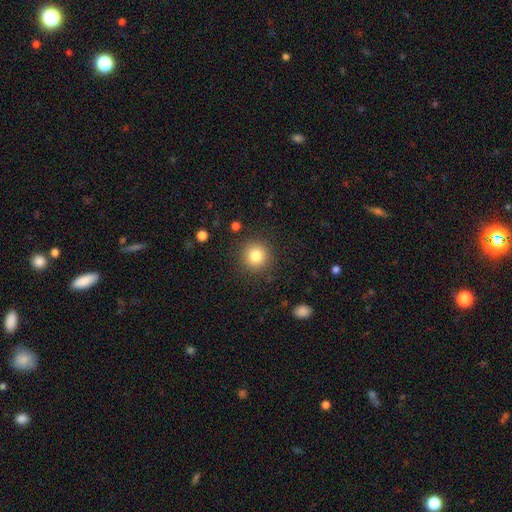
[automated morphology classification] A smooth galaxy with no disk features (82%) that is round (94%). Merging: none (89%).